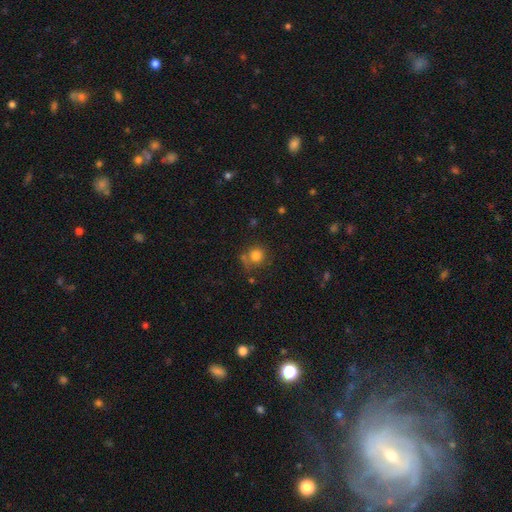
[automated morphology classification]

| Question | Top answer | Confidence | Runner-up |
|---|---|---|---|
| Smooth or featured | smooth | 80% | star or artifact (12%) |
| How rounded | round | 87% | in between (12%) |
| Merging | none | 63% | minor disturbance (17%) |